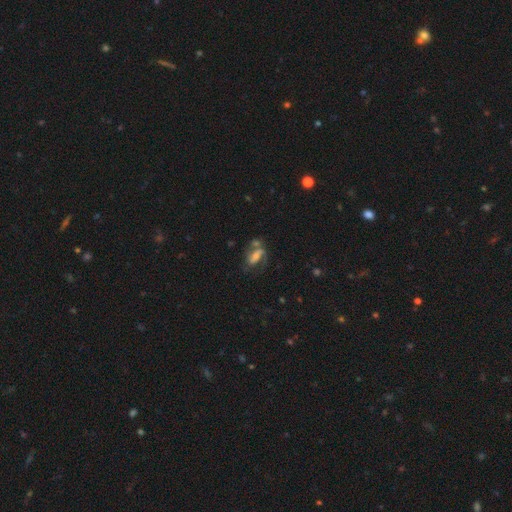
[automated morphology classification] Overall: featured or disk (52%; smooth 34%). Edge-on disk: no (90%). Merging: none (40%; merger 23%).